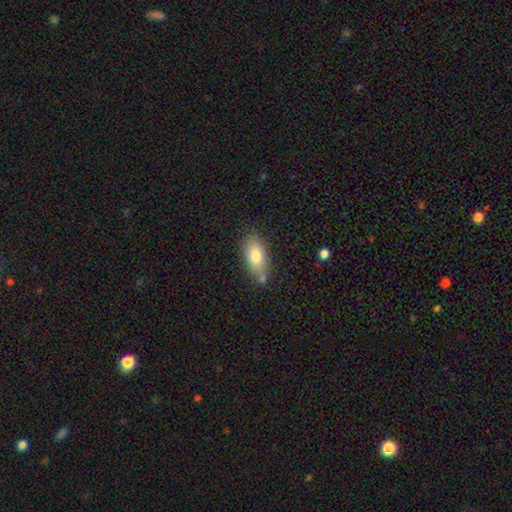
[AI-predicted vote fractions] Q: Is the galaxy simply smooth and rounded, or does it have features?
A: smooth — 78%.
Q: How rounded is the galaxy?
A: in between — 88%.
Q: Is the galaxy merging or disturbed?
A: none — 68%.